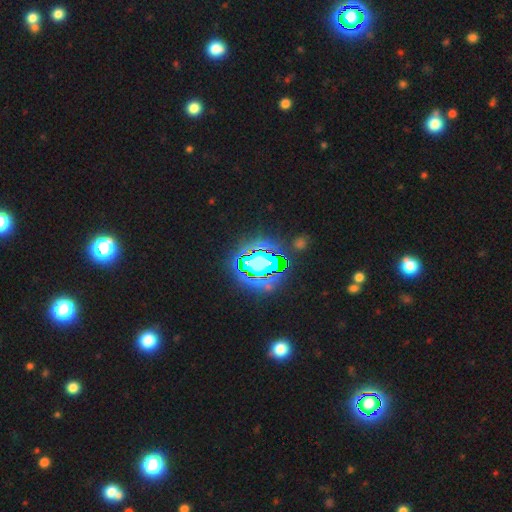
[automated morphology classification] Q: Smooth or featured?
A: star or artifact (73%); runner-up: smooth (14%)